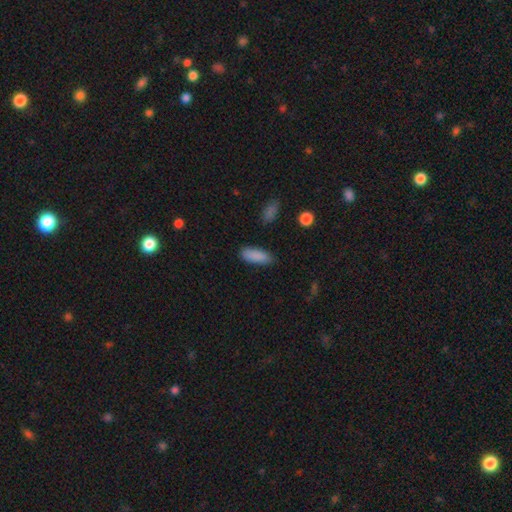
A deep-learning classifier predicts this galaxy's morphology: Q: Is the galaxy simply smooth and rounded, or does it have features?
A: smooth — 88%.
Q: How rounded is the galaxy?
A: in between — 69%.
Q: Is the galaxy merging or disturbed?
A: none — 84%.